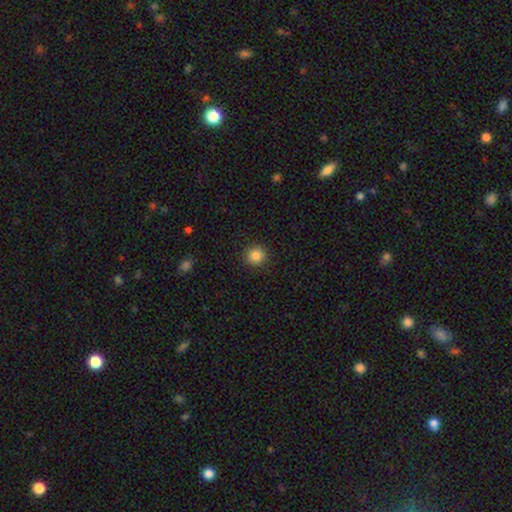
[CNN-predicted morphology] This is clearly a smooth galaxy (85%). How rounded: clearly round (93%). Merging: clearly none (92%).